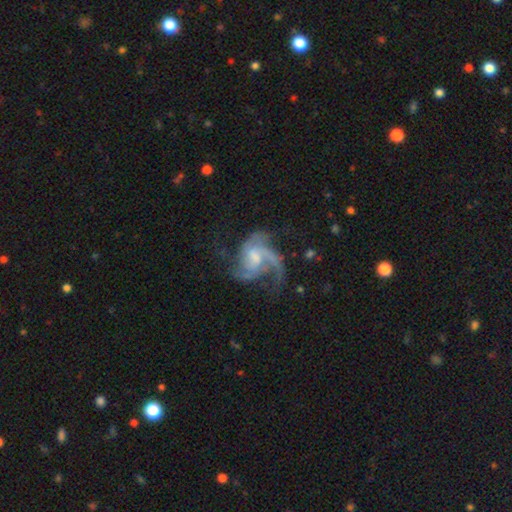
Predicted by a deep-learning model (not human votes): A featured or disk galaxy (84%) with no bar (45%, tied with weak), 3 (40%) medium (46%) spiral arms (94%) and a moderate central bulge (44%).

Vote fractions:
- Smooth or featured? featured or disk: 84% / smooth: 9% / star or artifact: 7%
- Edge-on disk? no: 98% / yes: 2%
- Bar? no: 45% (tied) / weak: 45% (tied) / strong: 10%
- Spiral arms? yes: 94% / no: 6%
- Spiral winding? medium: 46% / loose: 38% / tight: 16%
- Spiral arm count? 3: 40% / 2: 24% / can't tell: 13% / 1: 12% / 4: 7% / more than 4: 5%
- Bulge size? moderate: 44% / small: 32% / none: 14% / large: 8% / dominant: 2%
- Merging? none: 40% / major disturbance: 38% / minor disturbance: 18% / merger: 4%